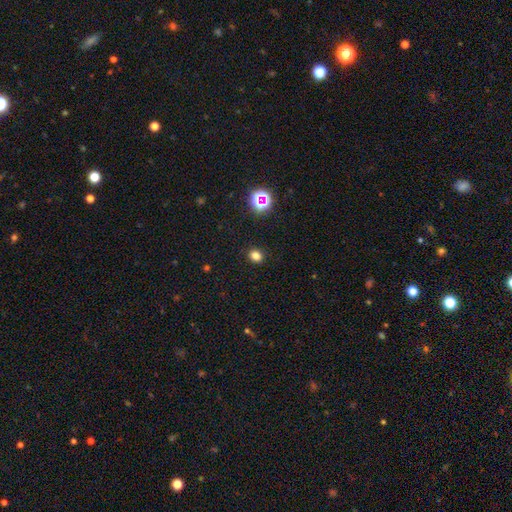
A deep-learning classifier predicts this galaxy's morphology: This is likely a smooth galaxy (79%). How rounded: likely round (66%). Merging: clearly none (91%).